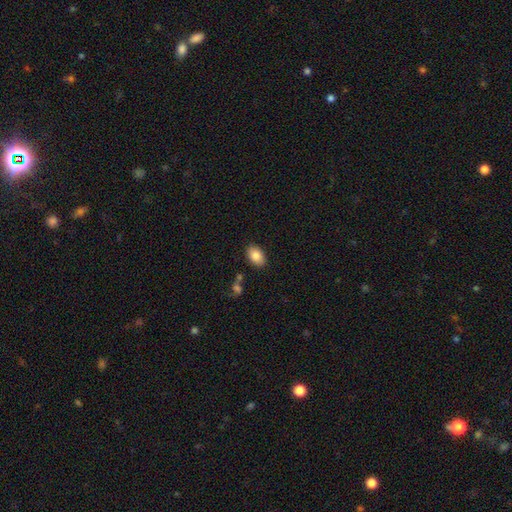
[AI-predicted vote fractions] A smooth galaxy with no disk features (85%) that is in between round and cigar-shaped (89%). Merging: none (86%).